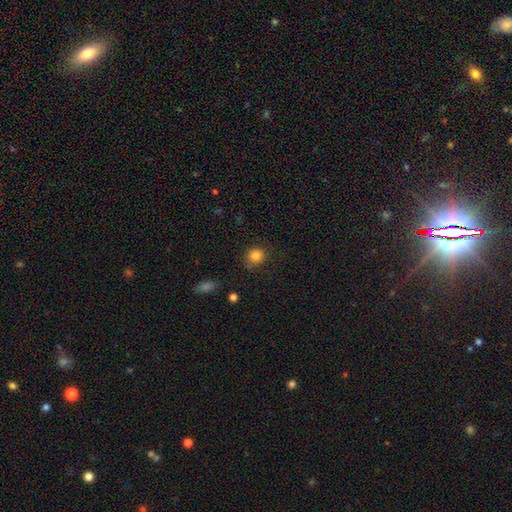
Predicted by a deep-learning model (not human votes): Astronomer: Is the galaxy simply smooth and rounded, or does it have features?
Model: smooth — 84%.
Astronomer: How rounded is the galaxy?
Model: round — 86%.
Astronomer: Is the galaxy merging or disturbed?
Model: none — 78%.